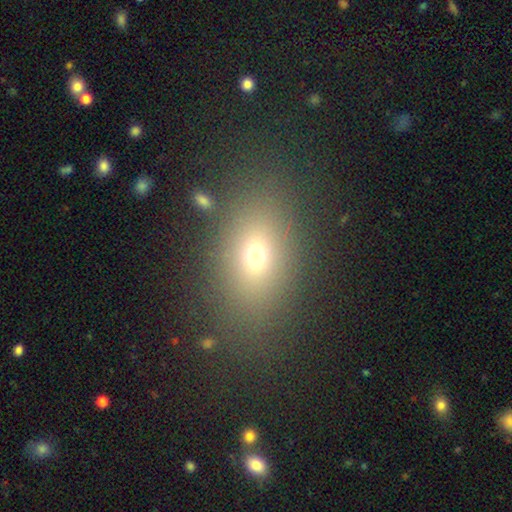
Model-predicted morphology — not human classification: smooth 68%, star or artifact 17%, featured or disk 15%. Down the decision tree: how rounded — in between (76%); merging — none (82%).